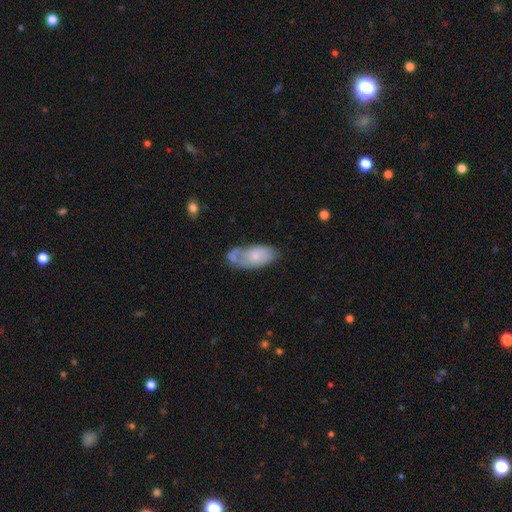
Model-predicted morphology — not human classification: The model was most divided on "merging": none: 41%, minor disturbance: 30%, major disturbance: 15%, merger: 14%. More confident: how rounded — in between (90%); smooth or featured — smooth (63%).